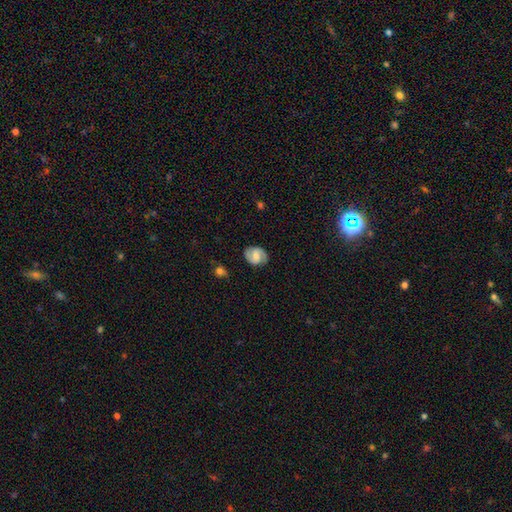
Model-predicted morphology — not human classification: Overall: featured or disk (72%). Edge-on disk: no (98%). Bar: weak (51%; no 26%). Spiral arms: yes (93%). Spiral arm count: 2 (90%). Spiral winding: medium (49%; tight 35%). Bulge size: moderate (46%; small 31%). Merging: none (83%).